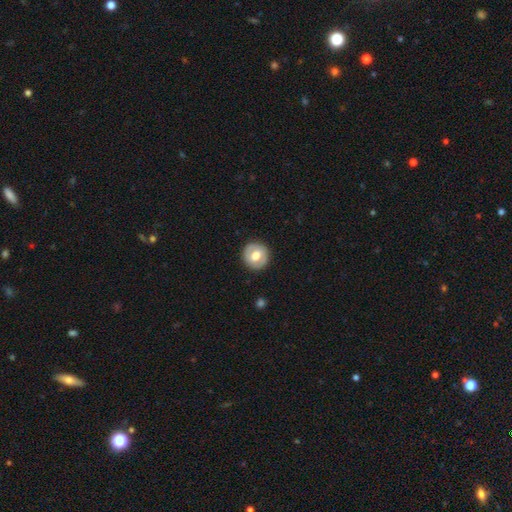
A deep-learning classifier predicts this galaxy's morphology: Q: Smooth or featured?
A: smooth (55%); runner-up: featured or disk (39%)
Q: How rounded?
A: round (90%); runner-up: in between (9%)
Q: Merging?
A: none (89%); runner-up: minor disturbance (8%)